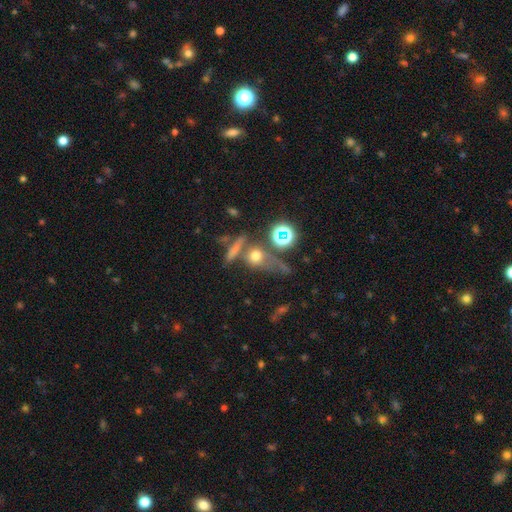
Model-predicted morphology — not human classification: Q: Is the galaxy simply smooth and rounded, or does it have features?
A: smooth — 58%.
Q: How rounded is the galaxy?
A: round — 64%.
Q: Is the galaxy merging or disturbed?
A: none — 49%.